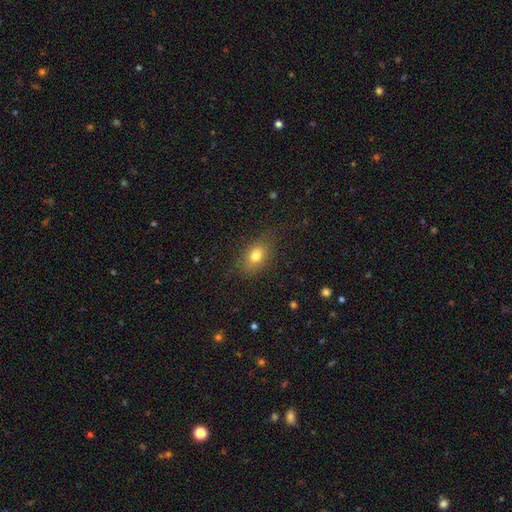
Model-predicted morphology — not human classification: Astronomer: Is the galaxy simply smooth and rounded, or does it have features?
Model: smooth — 76%.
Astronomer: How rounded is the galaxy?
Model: in between — 75%.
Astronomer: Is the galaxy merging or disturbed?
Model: none — 75%.